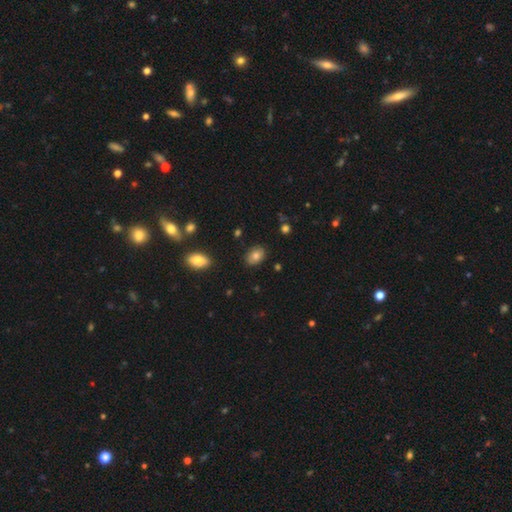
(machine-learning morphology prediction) A smooth galaxy with no disk features (81%) that is in between round and cigar-shaped (82%). Merging: none (84%).